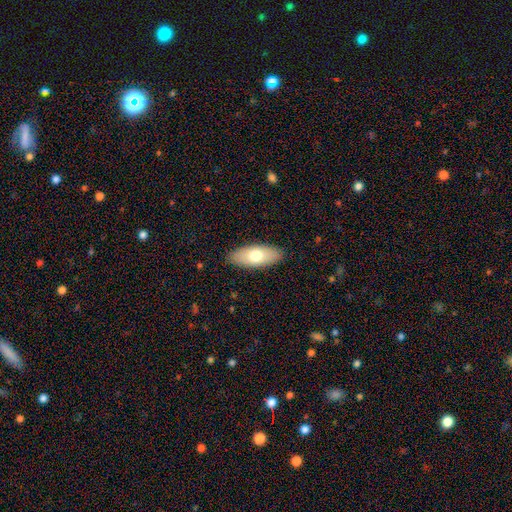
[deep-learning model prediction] Overall: smooth (70%). How rounded: in between (82%). Merging: none (88%).